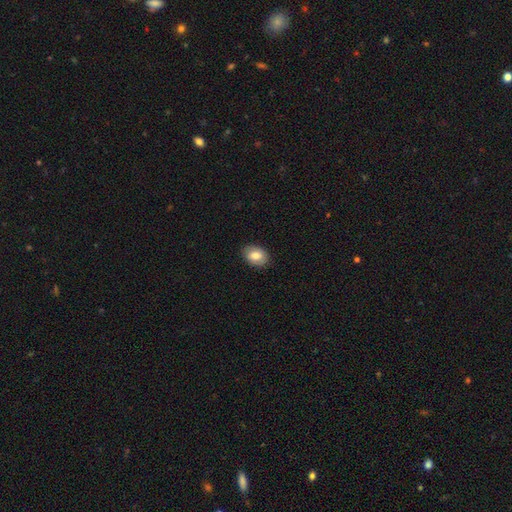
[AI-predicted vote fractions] Smooth or featured? Predicted: smooth (p=0.78). How rounded? Predicted: in between (p=0.77). Merging? Predicted: none (p=0.87).